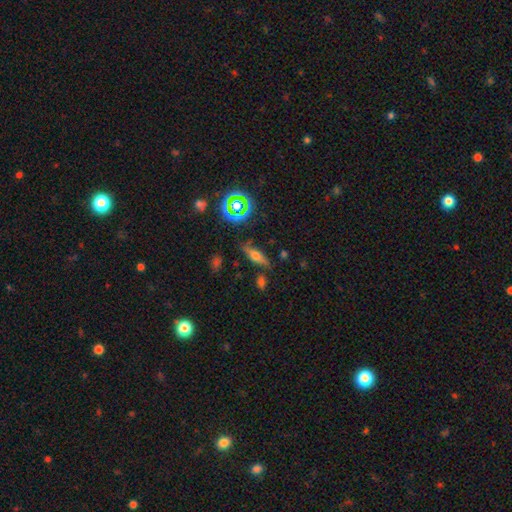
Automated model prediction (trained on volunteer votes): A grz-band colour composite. It shows a featured or disk galaxy (44%). Merging: none (79%).